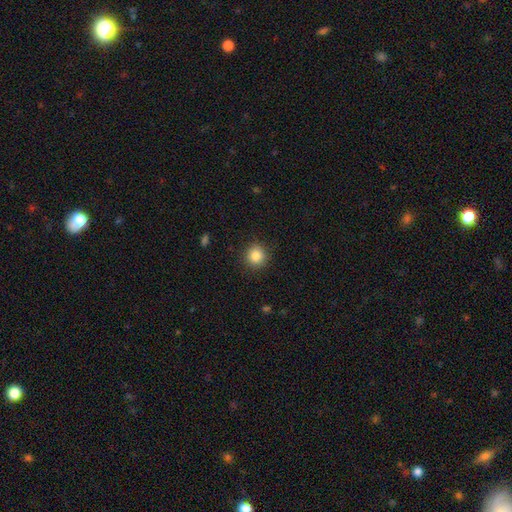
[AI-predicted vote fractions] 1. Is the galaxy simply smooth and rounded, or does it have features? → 85% smooth, 10% star or artifact, 5% featured or disk.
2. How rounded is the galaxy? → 92% round, 7% in between, 1% cigar-shaped.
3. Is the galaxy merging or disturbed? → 90% none, 7% minor disturbance, 2% major disturbance, 1% merger.